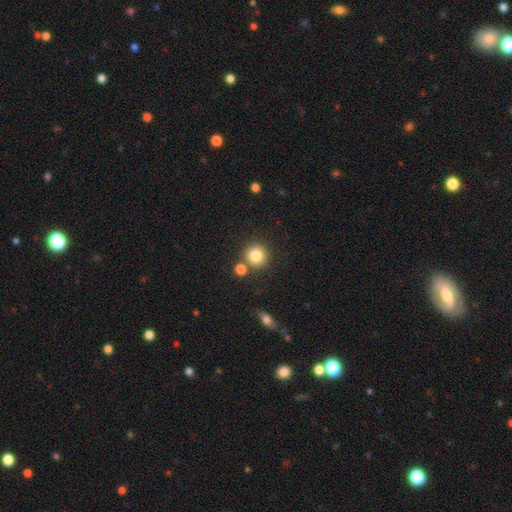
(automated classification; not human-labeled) Smooth or featured: smooth — 83% (star or artifact — 11%)
How rounded: round — 92% (in between — 7%)
Merging: none — 77% (merger — 12%)